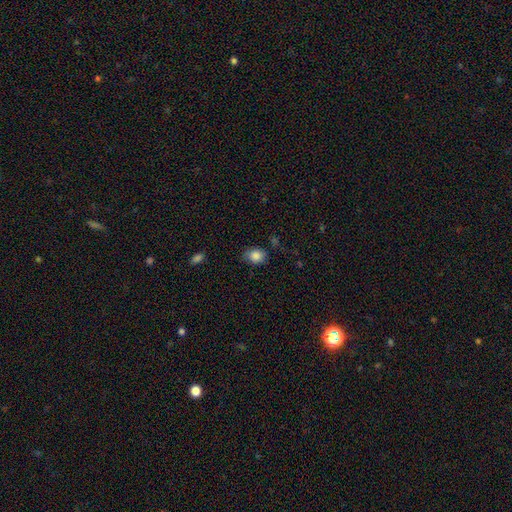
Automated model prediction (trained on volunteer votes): This appears to be a smooth galaxy with no disk features (85%) that is in between round and cigar-shaped (57%). Merging: none (69%).